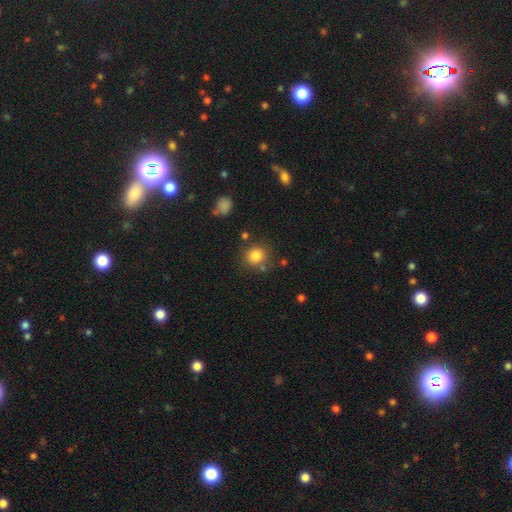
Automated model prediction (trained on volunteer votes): Smooth or featured? Predicted: smooth (p=0.83). How rounded? Predicted: round (p=0.86). Merging? Predicted: none (p=0.77).